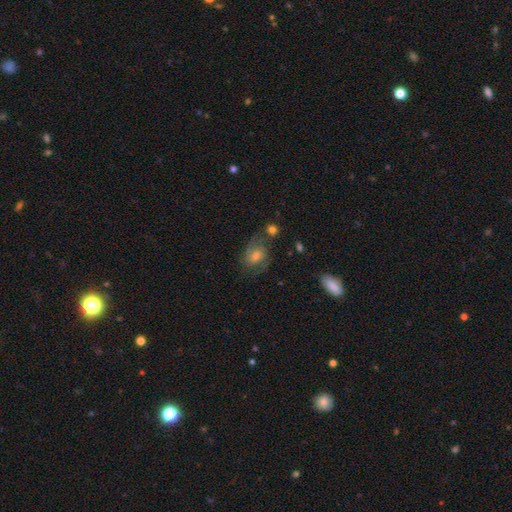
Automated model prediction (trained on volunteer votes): Smooth or featured: featured or disk — 64% (smooth — 24%)
Edge-on disk: no — 96% (yes — 4%)
Bar: weak — 46% (no — 42%)
Spiral arms: yes — 89% (no — 11%)
Spiral winding: medium — 53% (tight — 26%)
Spiral arm count: 2 — 82% (can't tell — 10%)
Bulge size: moderate — 50% (small — 25%)
Merging: none — 66% (minor disturbance — 17%)